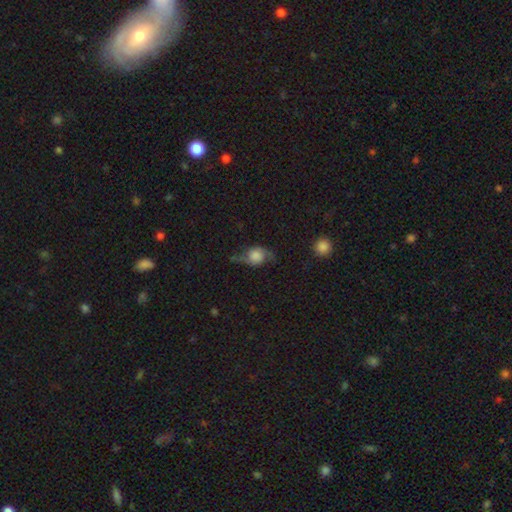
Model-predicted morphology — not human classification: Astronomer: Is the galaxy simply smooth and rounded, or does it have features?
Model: featured or disk — 56% (runner-up: smooth, 34%).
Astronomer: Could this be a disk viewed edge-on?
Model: no — 85%.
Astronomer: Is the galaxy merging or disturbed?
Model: none — 54%.